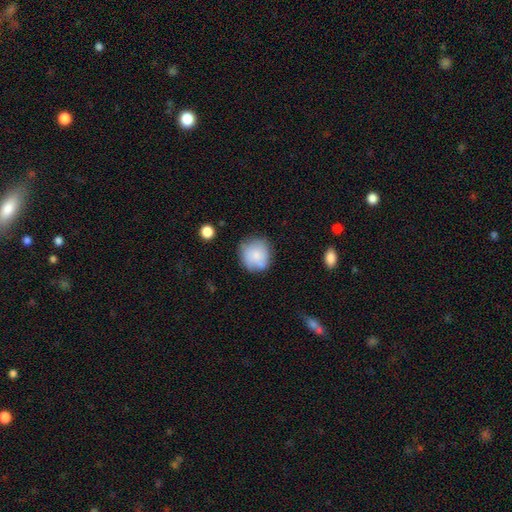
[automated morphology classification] Overall: smooth (76%). How rounded: round (86%). Merging: none (66%).